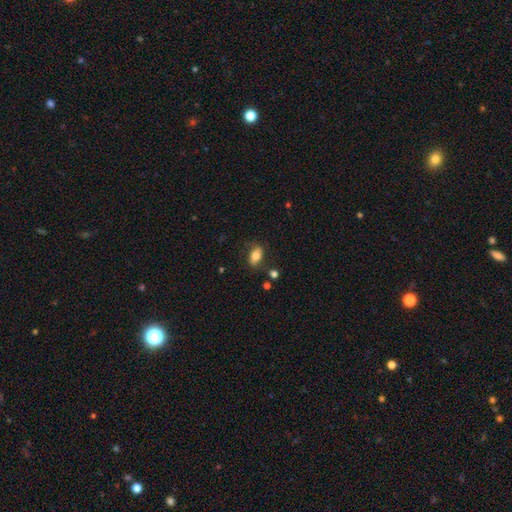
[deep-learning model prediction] Smooth or featured: smooth — 77% (featured or disk — 15%)
How rounded: in between — 87% (round — 10%)
Merging: none — 70% (minor disturbance — 20%)